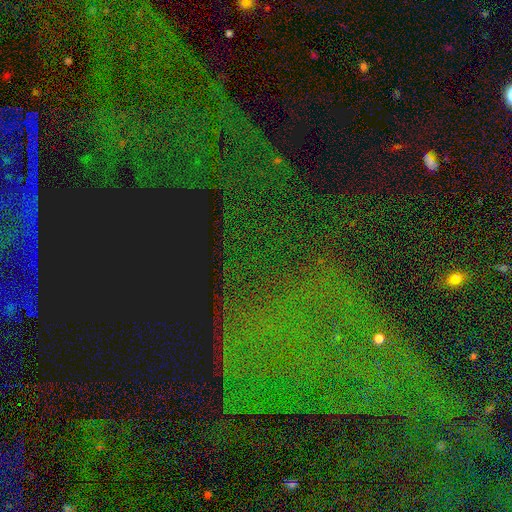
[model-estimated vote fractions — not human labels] Smooth or featured: star or artifact — 80% (featured or disk — 11%)